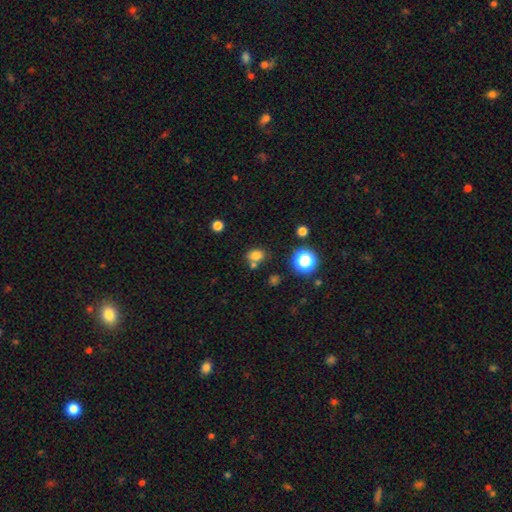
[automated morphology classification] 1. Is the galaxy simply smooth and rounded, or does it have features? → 77% smooth, 17% star or artifact, 7% featured or disk.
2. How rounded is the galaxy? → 53% in between, 46% round, 1% cigar-shaped.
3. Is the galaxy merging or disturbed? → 65% none, 18% merger, 13% minor disturbance, 4% major disturbance.